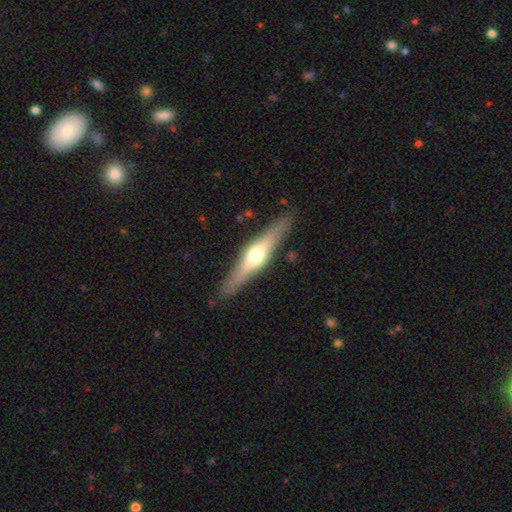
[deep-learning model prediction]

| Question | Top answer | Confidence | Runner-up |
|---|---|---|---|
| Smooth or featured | featured or disk | 67% | smooth (28%) |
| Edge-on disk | yes | 95% | no (5%) |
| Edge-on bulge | rounded | 92% | boxy (5%) |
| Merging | none | 88% | minor disturbance (9%) |